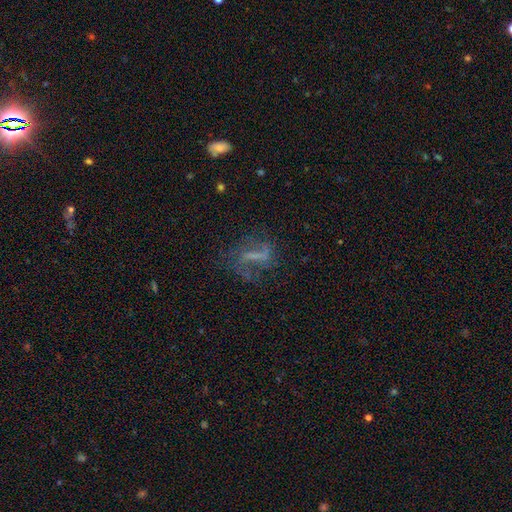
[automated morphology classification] This appears to be a featured or disk galaxy (59%) with a strong bar (47%), spiral arms (64%) and no central bulge (62%). Merging: none (56%).